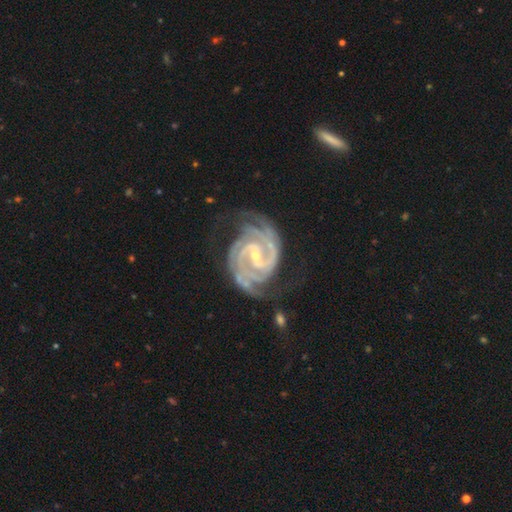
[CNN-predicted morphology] This is clearly a featured or disk galaxy (94%). It is clearly not viewed edge-on (98%). Bar: possibly weak (46%). Spiral arm pattern: clearly yes (99%). Spiral arm count: possibly 2 (56%). Spiral winding: likely tight (62%). Central bulge: likely small (70%). Merging: likely none (67%).